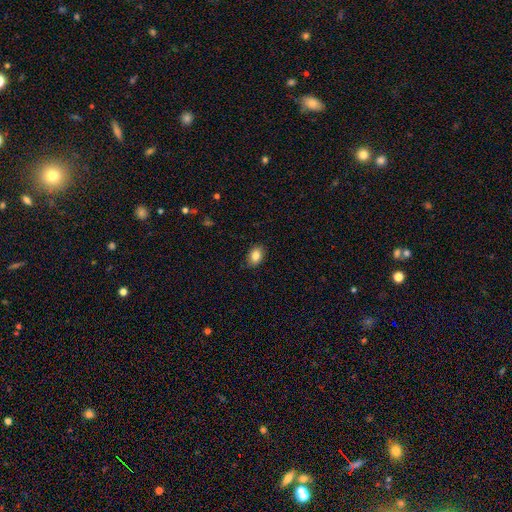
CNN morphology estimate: A smooth galaxy with no disk features (85%) that is in between round and cigar-shaped (82%).

Vote fractions:
- Smooth or featured? smooth: 85% / star or artifact: 8% / featured or disk: 7%
- How rounded? in between: 82% / round: 17% / cigar-shaped: 1%
- Merging? none: 87% / minor disturbance: 10% / major disturbance: 2% / merger: 1%